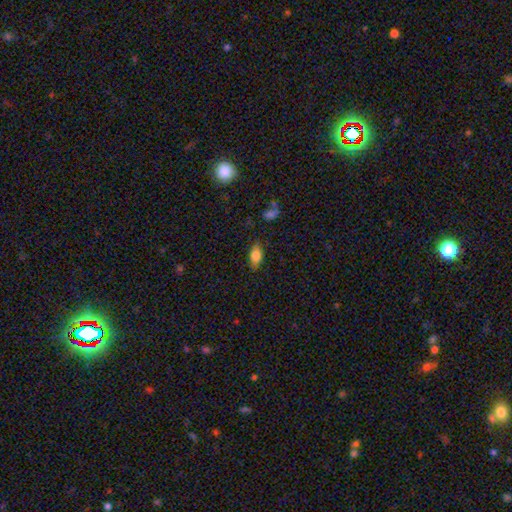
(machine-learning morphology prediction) A smooth galaxy with no disk features (80%) that is in between round and cigar-shaped (87%).

Vote fractions:
- Smooth or featured? smooth: 80% / featured or disk: 11% / star or artifact: 9%
- How rounded? in between: 87% / cigar-shaped: 6% / round: 6%
- Merging? none: 81% / minor disturbance: 14% / major disturbance: 3% / merger: 2%